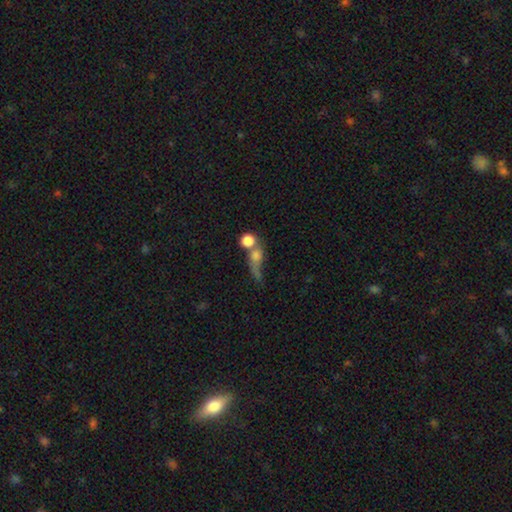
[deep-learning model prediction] Q: Smooth or featured?
A: smooth (65%); runner-up: featured or disk (22%)
Q: How rounded?
A: round (60%); runner-up: in between (30%)
Q: Merging?
A: merger (48%); runner-up: none (22%)